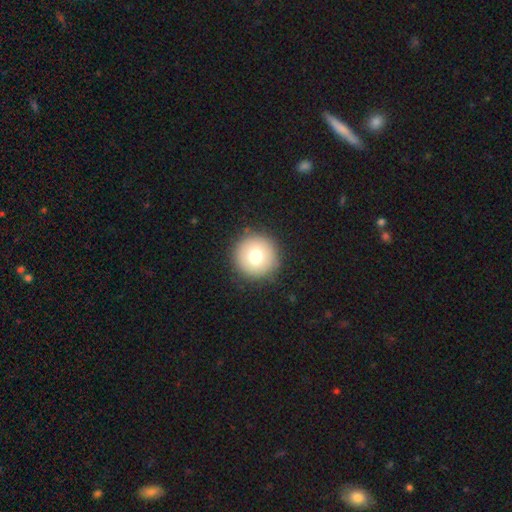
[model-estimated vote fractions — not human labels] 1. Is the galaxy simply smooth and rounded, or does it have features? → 74% smooth, 15% featured or disk, 11% star or artifact.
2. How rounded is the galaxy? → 96% round, 3% in between, 1% cigar-shaped.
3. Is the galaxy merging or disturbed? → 90% none, 6% minor disturbance, 2% major disturbance, 1% merger.